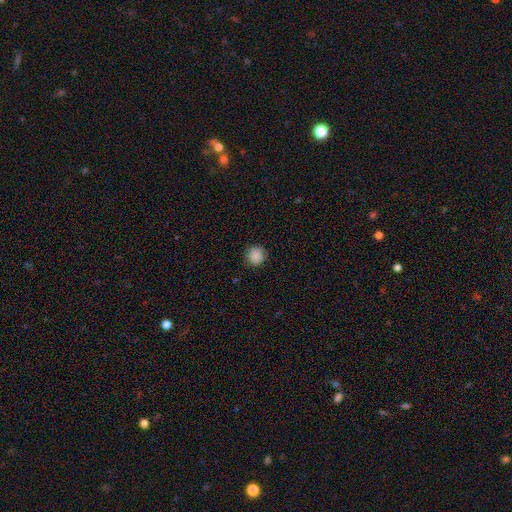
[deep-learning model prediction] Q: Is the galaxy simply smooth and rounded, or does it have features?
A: smooth — 88%.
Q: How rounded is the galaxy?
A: round — 93%.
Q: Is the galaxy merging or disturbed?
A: none — 90%.